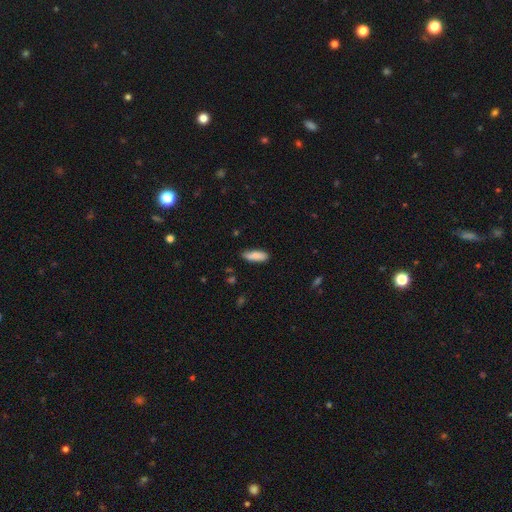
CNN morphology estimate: Smooth or featured?
  - smooth: 86% *
  - featured or disk: 7%
  - star or artifact: 6%
How rounded?
  - in between: 59% *
  - cigar-shaped: 39%
  - round: 2%
Merging?
  - none: 79% *
  - minor disturbance: 16%
  - major disturbance: 3%
  - merger: 2%